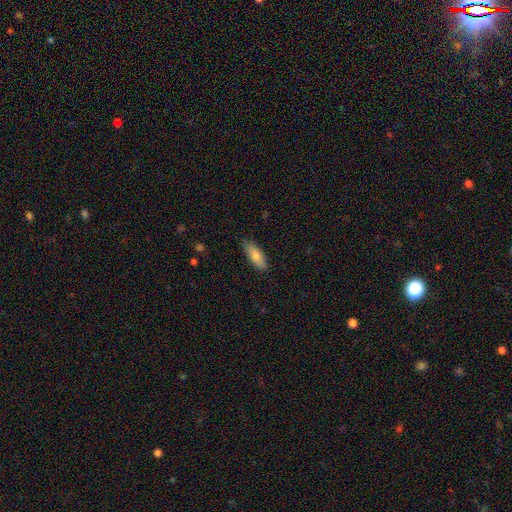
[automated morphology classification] A smooth galaxy with no disk features (78%) that is in between round and cigar-shaped (69%).

Vote fractions:
- Smooth or featured? smooth: 78% / featured or disk: 15% / star or artifact: 6%
- How rounded? in between: 69% / cigar-shaped: 29% / round: 2%
- Merging? none: 87% / minor disturbance: 11% / major disturbance: 2% / merger: 1%